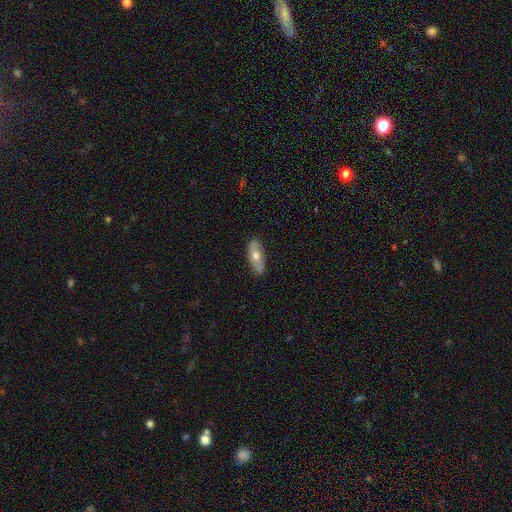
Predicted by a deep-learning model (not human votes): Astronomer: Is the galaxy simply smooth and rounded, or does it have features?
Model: smooth — 56% (runner-up: featured or disk, 39%).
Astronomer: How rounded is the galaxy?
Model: in between — 68%.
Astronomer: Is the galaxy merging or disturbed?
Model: none — 84%.